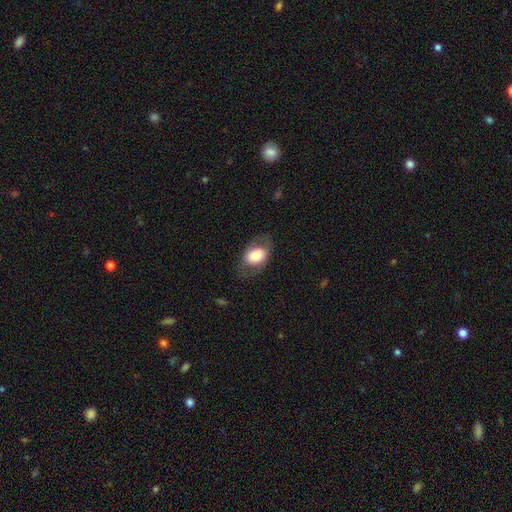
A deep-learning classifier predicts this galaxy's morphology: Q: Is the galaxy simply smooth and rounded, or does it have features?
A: smooth — 65%.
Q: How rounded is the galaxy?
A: in between — 81%.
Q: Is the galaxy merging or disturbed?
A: none — 73%.